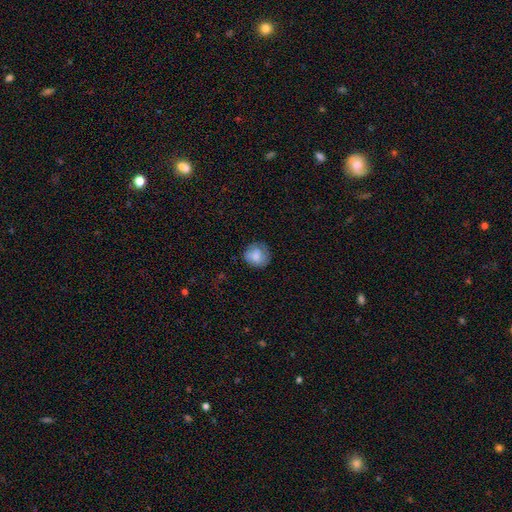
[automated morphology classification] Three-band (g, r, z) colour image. It shows a smooth galaxy with no disk features (78%) that is round (85%). Merging: none (72%).